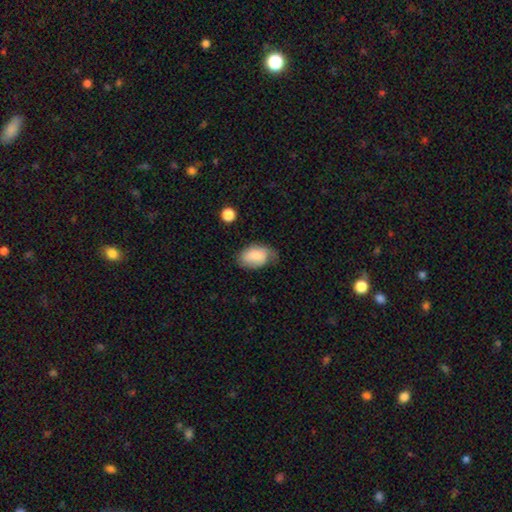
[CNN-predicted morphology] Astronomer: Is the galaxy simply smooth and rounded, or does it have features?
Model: smooth — 74%.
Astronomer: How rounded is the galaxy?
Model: in between — 88%.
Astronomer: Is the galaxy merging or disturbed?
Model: none — 49% (runner-up: minor disturbance, 35%).